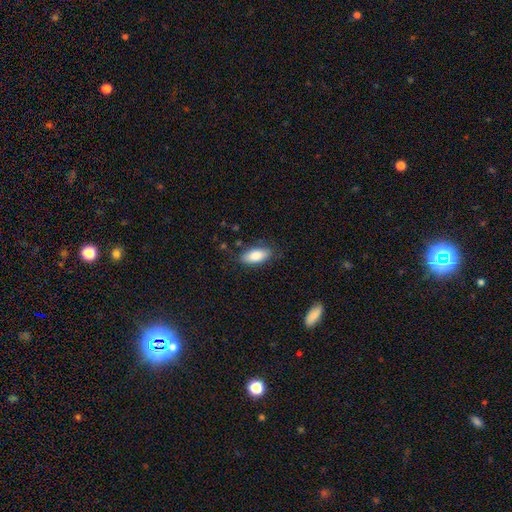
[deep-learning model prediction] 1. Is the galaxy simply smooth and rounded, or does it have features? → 85% smooth, 9% featured or disk, 6% star or artifact.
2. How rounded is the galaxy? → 86% in between, 11% cigar-shaped, 2% round.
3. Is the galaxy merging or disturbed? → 79% none, 15% minor disturbance, 4% major disturbance, 2% merger.